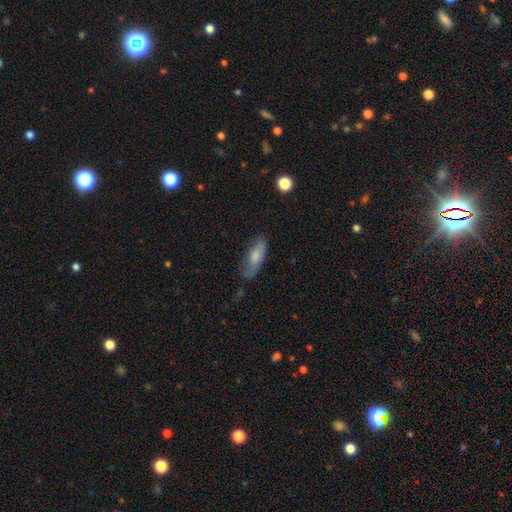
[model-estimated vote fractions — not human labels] smooth-or-featured: smooth: 68% | featured or disk: 26% | star or artifact: 7%
  how-rounded: in between: 70% | cigar-shaped: 28% | round: 2%
  merging: none: 62% | minor disturbance: 26% | major disturbance: 9% | merger: 2%